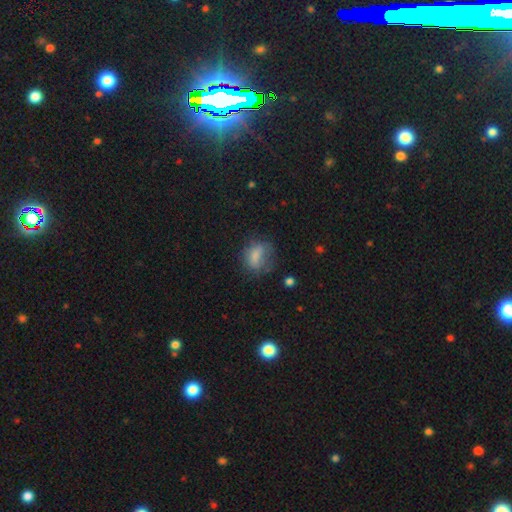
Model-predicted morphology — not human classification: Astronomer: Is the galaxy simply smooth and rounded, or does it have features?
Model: smooth — 71%.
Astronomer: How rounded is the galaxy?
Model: in between — 65%.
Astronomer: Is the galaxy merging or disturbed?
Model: none — 46% (runner-up: minor disturbance, 28%).